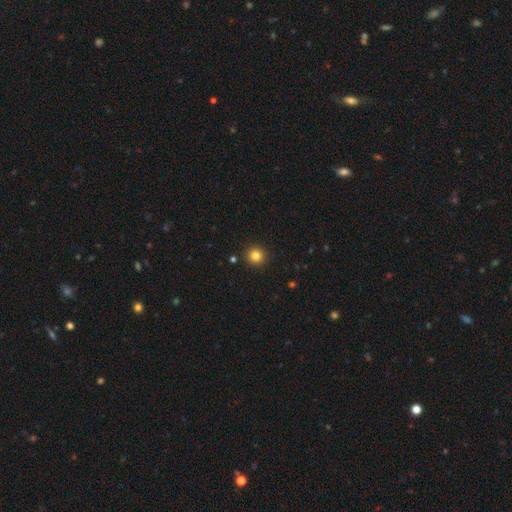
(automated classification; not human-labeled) Smooth or featured: smooth — 83% (star or artifact — 12%)
How rounded: round — 95% (in between — 4%)
Merging: none — 92% (minor disturbance — 5%)